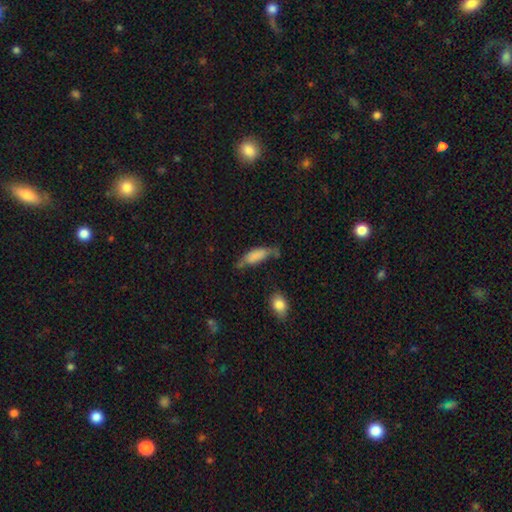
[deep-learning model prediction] A smooth galaxy with no disk features (74%) that is in between round and cigar-shaped (66%). Merging: none (39%).